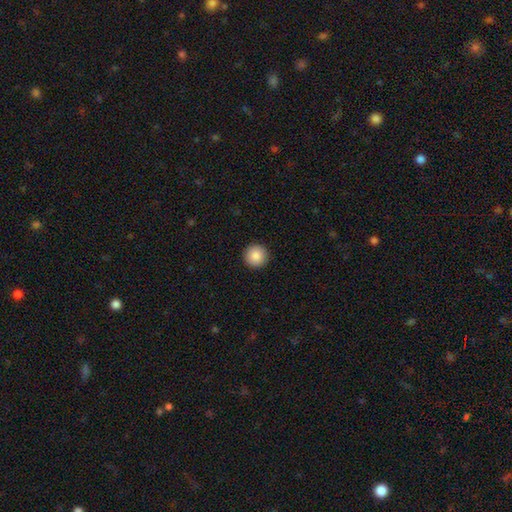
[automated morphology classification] Smooth or featured?
  - smooth: 88% *
  - star or artifact: 8%
  - featured or disk: 4%
How rounded?
  - round: 96% *
  - in between: 3%
  - cigar-shaped: 1%
Merging?
  - none: 94% *
  - minor disturbance: 4%
  - major disturbance: 1%
  - merger: 1%